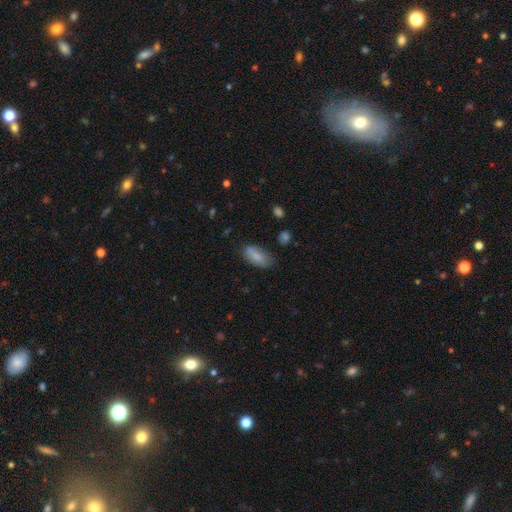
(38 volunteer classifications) smooth-or-featured: smooth: 87% | featured or disk: 11% | star or artifact: 3%
  how-rounded: in between: 88% | cigar-shaped: 9% | round: 3%
  merging: none: 65% | minor disturbance: 22% | major disturbance: 8% | merger: 5%